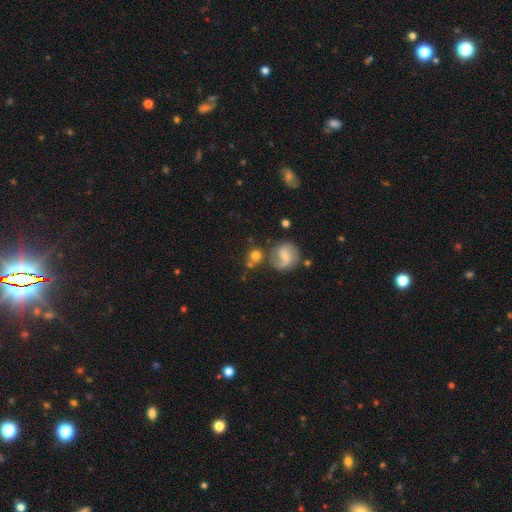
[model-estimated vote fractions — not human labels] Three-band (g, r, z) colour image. It shows a smooth galaxy with no disk features (61%) that is round (86%). Merging: none (62%).